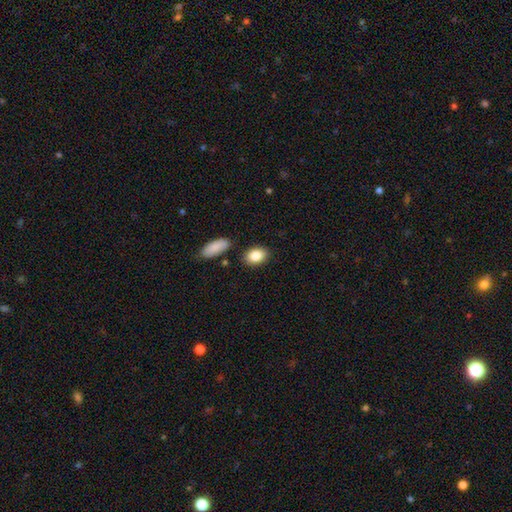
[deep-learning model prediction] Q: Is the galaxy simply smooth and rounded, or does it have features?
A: smooth — 86%.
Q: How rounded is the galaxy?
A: in between — 82%.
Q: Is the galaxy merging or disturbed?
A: none — 83%.